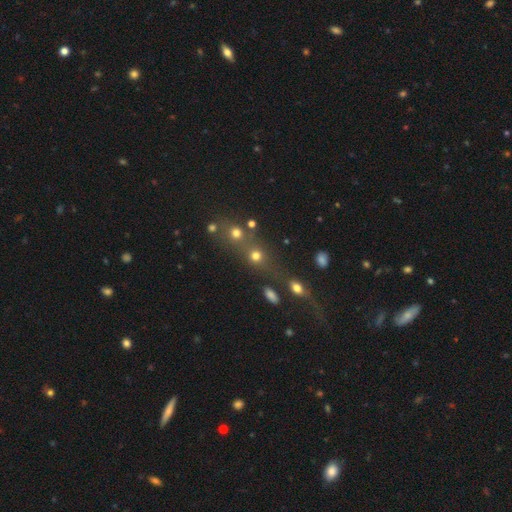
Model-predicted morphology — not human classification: The model was most divided on "merging": none: 52%, merger: 32%, minor disturbance: 9%, major disturbance: 6%. More confident: how rounded — round (81%); smooth or featured — smooth (69%).